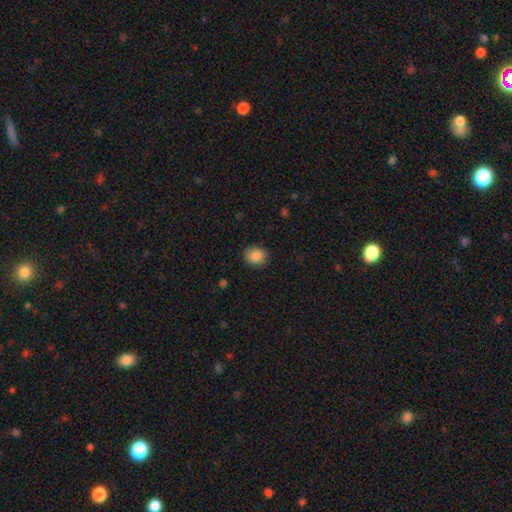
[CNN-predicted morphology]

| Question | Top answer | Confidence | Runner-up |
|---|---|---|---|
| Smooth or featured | smooth | 88% | star or artifact (8%) |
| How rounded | round | 62% | in between (37%) |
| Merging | none | 89% | minor disturbance (8%) |